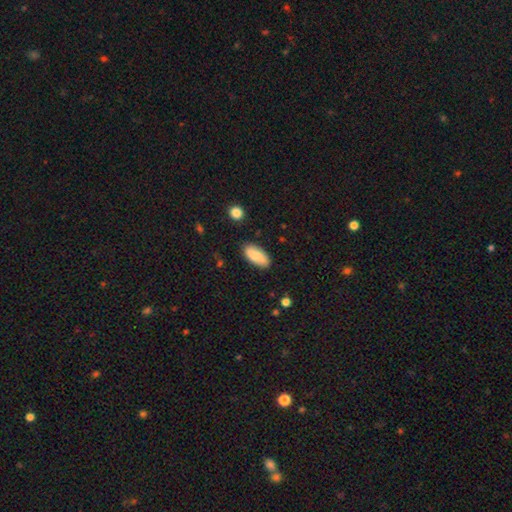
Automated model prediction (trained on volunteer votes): This is likely a smooth galaxy (77%). How rounded: clearly in between (91%). Merging: clearly none (84%).